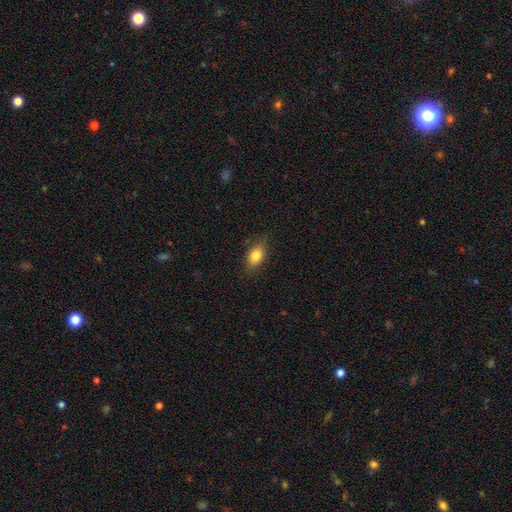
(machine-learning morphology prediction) The model was most divided on "merging": none: 78%, minor disturbance: 17%, major disturbance: 4%, merger: 1%. More confident: smooth or featured — smooth (82%); how rounded — in between (79%).